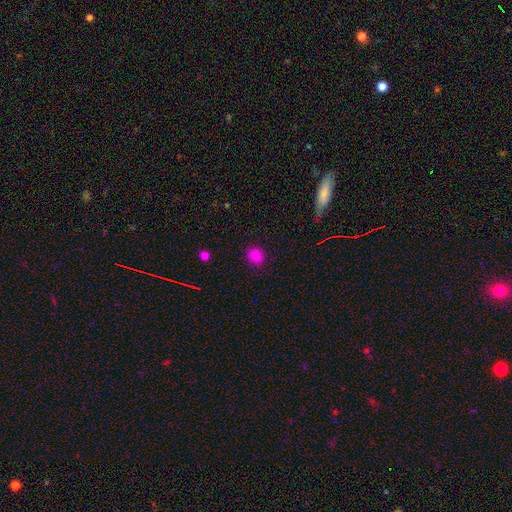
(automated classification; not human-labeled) Smooth or featured? smooth (84%)
How rounded? round (71%)
Merging? none (88%)